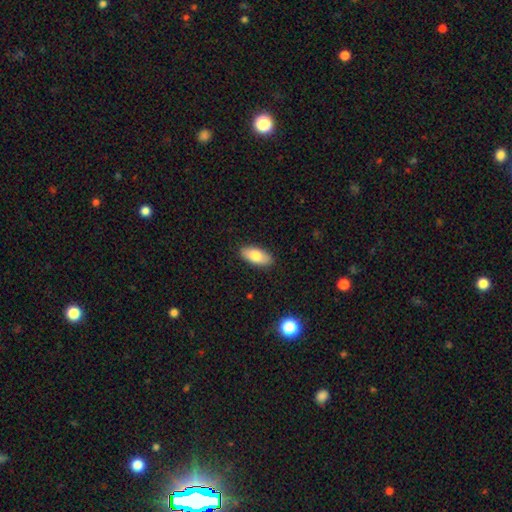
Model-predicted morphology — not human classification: Smooth or featured?
  - smooth: 80% *
  - featured or disk: 13%
  - star or artifact: 6%
How rounded?
  - in between: 90% *
  - cigar-shaped: 7%
  - round: 2%
Merging?
  - none: 89% *
  - minor disturbance: 8%
  - major disturbance: 2%
  - merger: 1%